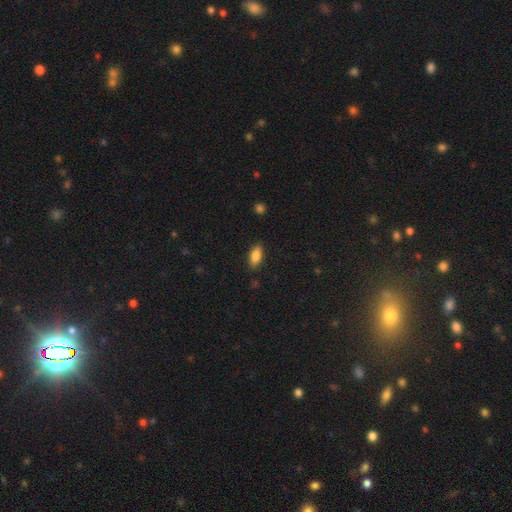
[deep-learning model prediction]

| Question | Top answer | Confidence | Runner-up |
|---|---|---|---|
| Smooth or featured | smooth | 84% | featured or disk (8%) |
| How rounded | in between | 86% | cigar-shaped (11%) |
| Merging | none | 86% | minor disturbance (10%) |